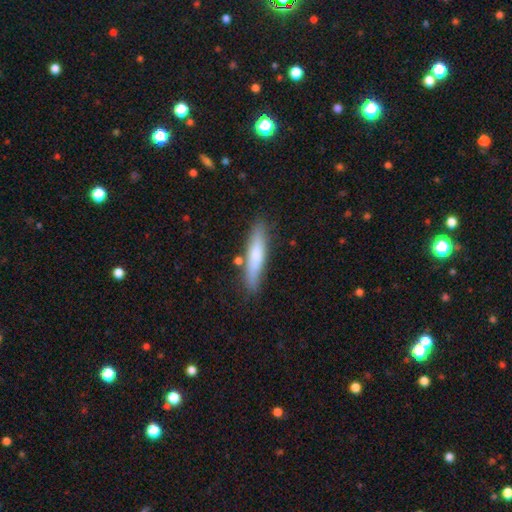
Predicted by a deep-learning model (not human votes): smooth_or_featured: smooth (p=0.71) [alt: featured or disk p=0.23]
how_rounded: cigar-shaped (p=0.85) [alt: in between p=0.13]
merging: none (p=0.81) [alt: minor disturbance p=0.12]